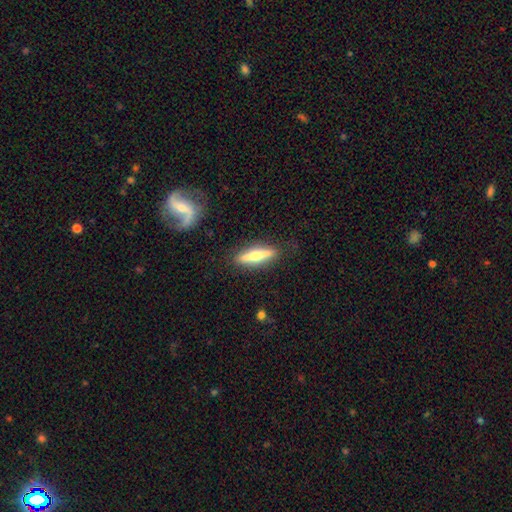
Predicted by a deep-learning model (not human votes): Smooth or featured? featured or disk (56%)
Edge-on disk? yes (93%)
Edge-on bulge? rounded (89%)
Merging? none (87%)